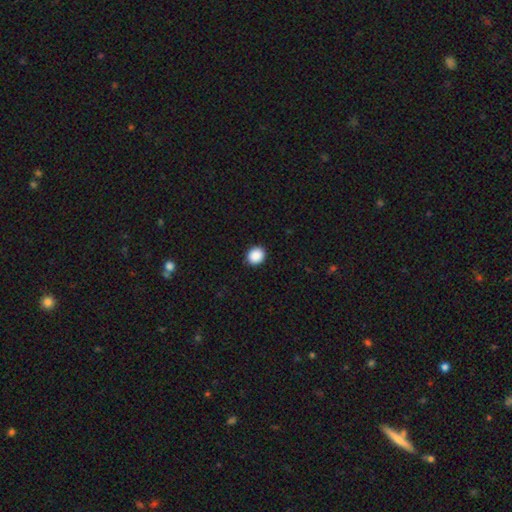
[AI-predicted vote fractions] A smooth galaxy with no disk features (90%) that is round (77%).

Vote fractions:
- Smooth or featured? smooth: 90% / star or artifact: 8% / featured or disk: 2%
- How rounded? round: 77% / in between: 22% / cigar-shaped: 1%
- Merging? none: 92% / minor disturbance: 6% / major disturbance: 2% / merger: 1%